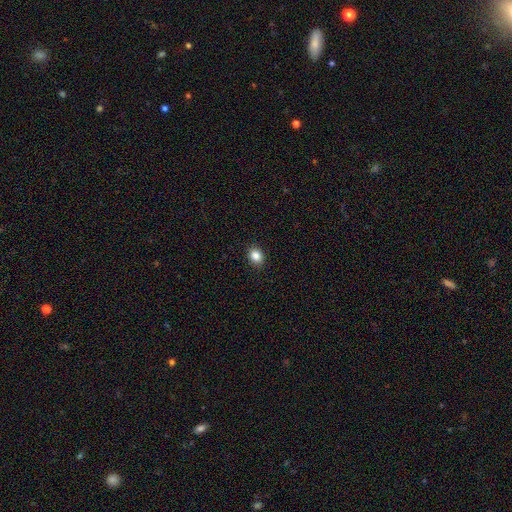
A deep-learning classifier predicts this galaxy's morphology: Smooth or featured?
  - smooth: 86% *
  - star or artifact: 10%
  - featured or disk: 4%
How rounded?
  - round: 54% *
  - in between: 45%
  - cigar-shaped: 1%
Merging?
  - none: 90% *
  - minor disturbance: 7%
  - major disturbance: 2%
  - merger: 1%